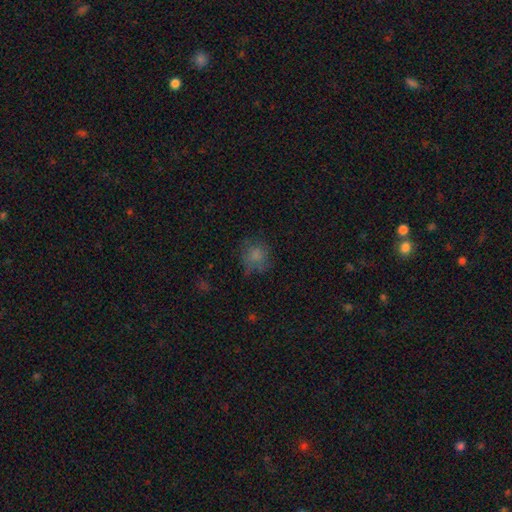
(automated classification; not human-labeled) smooth 75%, star or artifact 13%, featured or disk 12%. Down the decision tree: how rounded — round (85%); merging — none (64%).